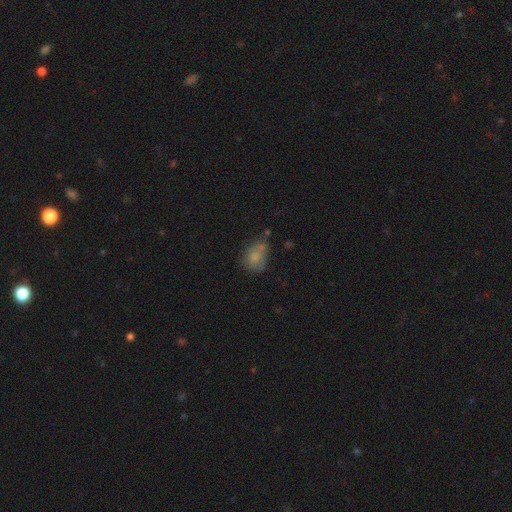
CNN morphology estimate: type=smooth (72%); roundness=in between (70%); merging=none (43%).